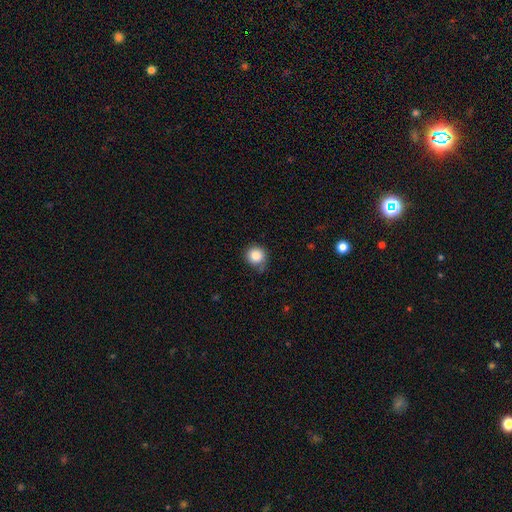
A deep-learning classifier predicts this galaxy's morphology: This is clearly a smooth galaxy (86%). How rounded: clearly round (90%). Merging: likely none (69%).